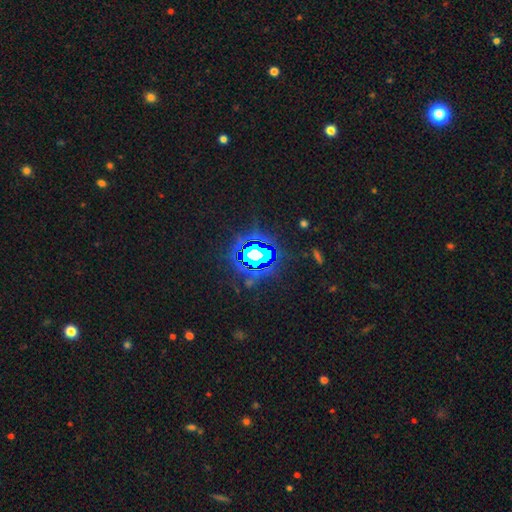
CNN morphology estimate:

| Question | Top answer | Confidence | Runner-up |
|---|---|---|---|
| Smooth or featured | star or artifact | 78% | featured or disk (12%) |